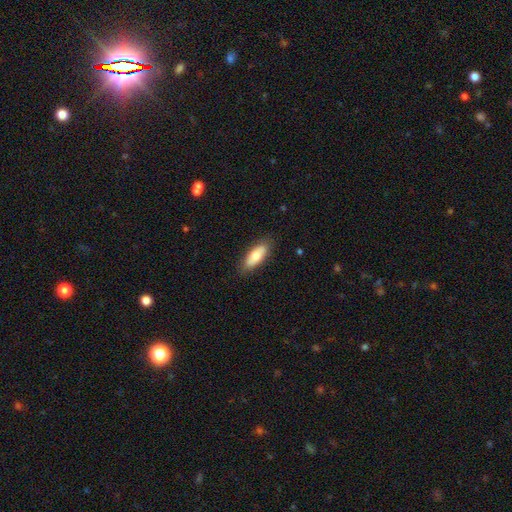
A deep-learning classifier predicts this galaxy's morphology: A smooth galaxy with no disk features (74%) that is in between round and cigar-shaped (74%).

Vote fractions:
- Smooth or featured? smooth: 74% / featured or disk: 20% / star or artifact: 6%
- How rounded? in between: 74% / cigar-shaped: 24% / round: 2%
- Merging? none: 85% / minor disturbance: 12% / major disturbance: 2% / merger: 1%